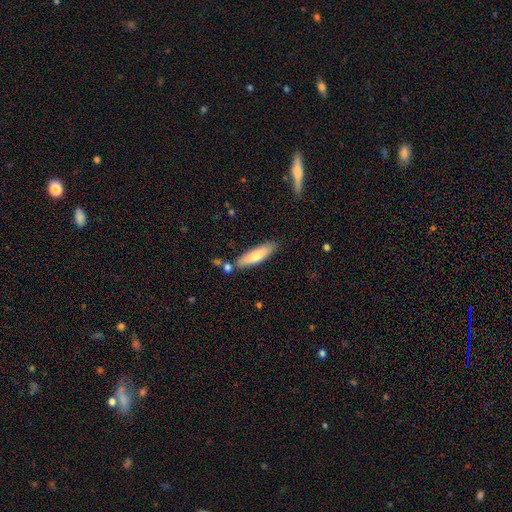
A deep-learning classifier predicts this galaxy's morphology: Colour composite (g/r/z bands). It shows a smooth galaxy with no disk features (74%) that is cigar-shaped (68%). Merging: none (79%).